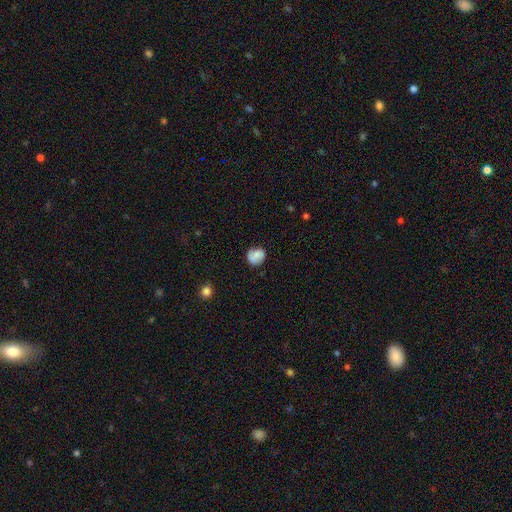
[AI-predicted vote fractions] Q: Smooth or featured?
A: smooth (62%); runner-up: featured or disk (29%)
Q: How rounded?
A: round (79%); runner-up: in between (20%)
Q: Merging?
A: none (75%); runner-up: minor disturbance (18%)